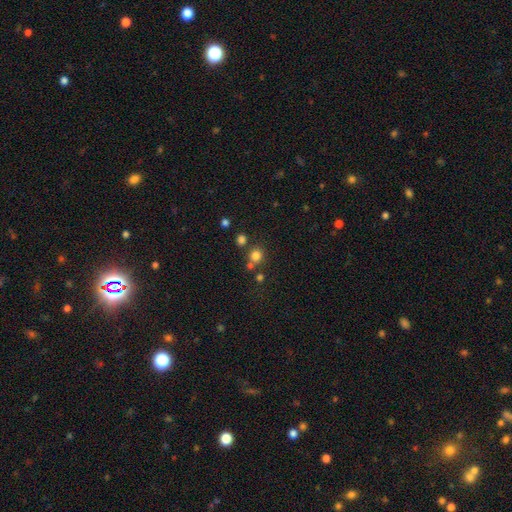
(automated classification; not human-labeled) A smooth galaxy with no disk features (77%) that is round (89%). Merging: none (68%).